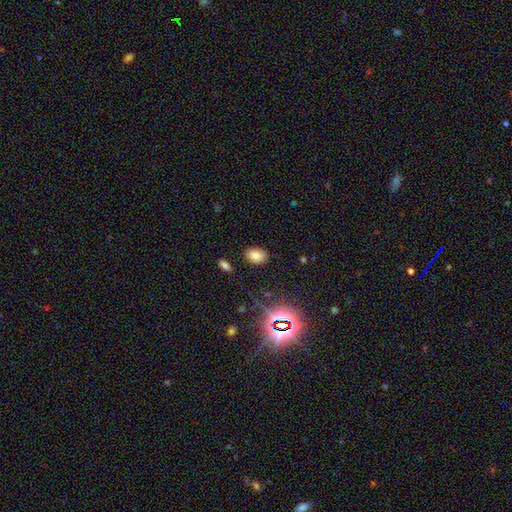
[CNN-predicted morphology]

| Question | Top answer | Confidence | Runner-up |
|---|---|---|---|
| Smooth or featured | smooth | 77% | star or artifact (16%) |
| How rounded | in between | 83% | round (15%) |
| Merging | none | 85% | minor disturbance (10%) |